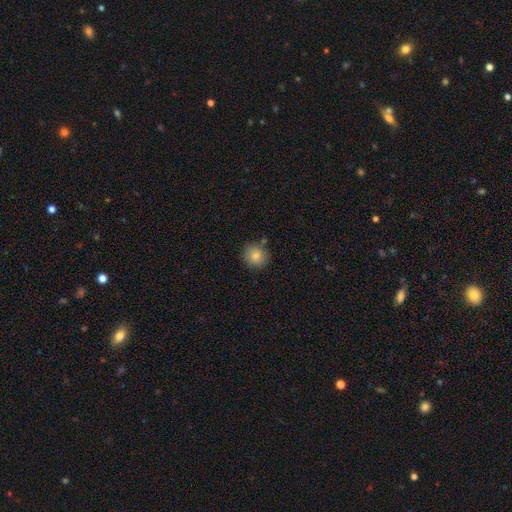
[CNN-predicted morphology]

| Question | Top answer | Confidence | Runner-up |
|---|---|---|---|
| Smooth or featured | smooth | 83% | star or artifact (9%) |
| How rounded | round | 85% | in between (14%) |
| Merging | none | 82% | minor disturbance (11%) |